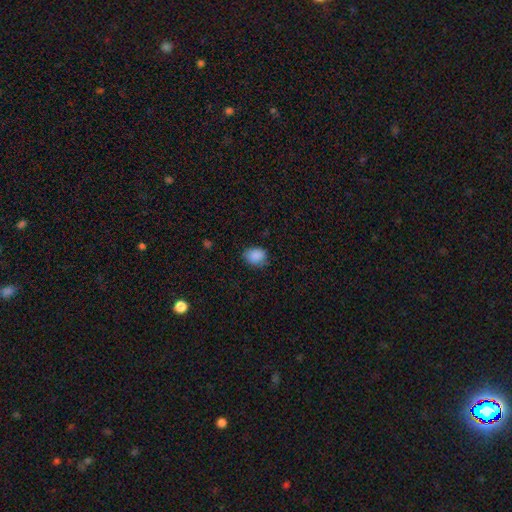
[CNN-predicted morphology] type=smooth (88%); roundness=in between (52%); merging=none (76%).